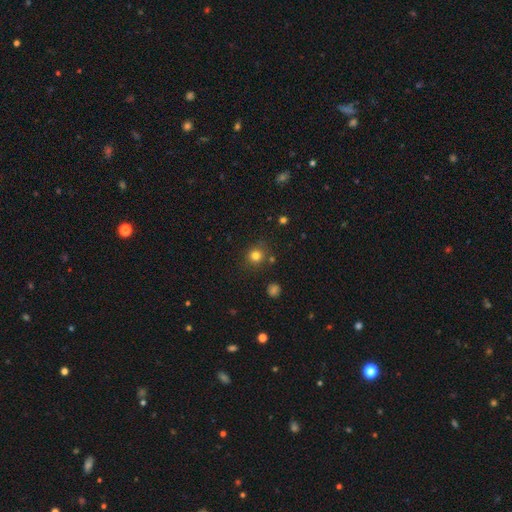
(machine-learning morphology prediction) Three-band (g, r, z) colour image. It shows a smooth galaxy with no disk features (79%) that is round (87%). Merging: none (82%).